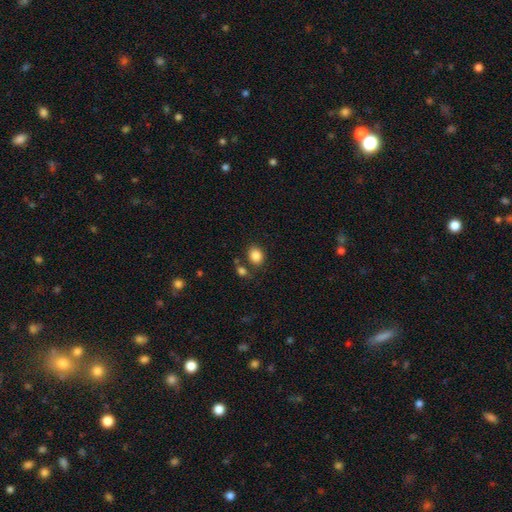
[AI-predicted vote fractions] Smooth or featured? smooth (85%)
How rounded? round (59%)
Merging? none (76%)